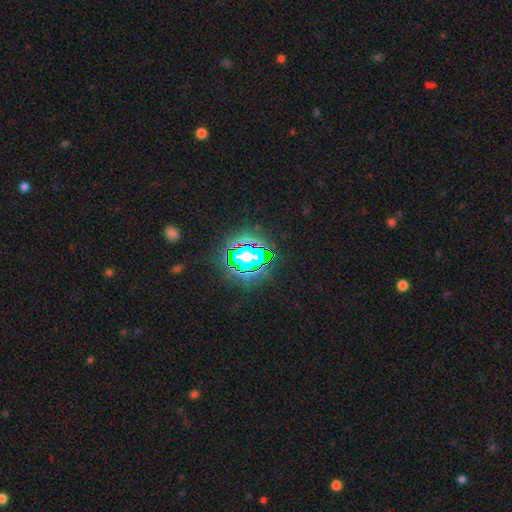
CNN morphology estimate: Smooth or featured? star or artifact (83%)